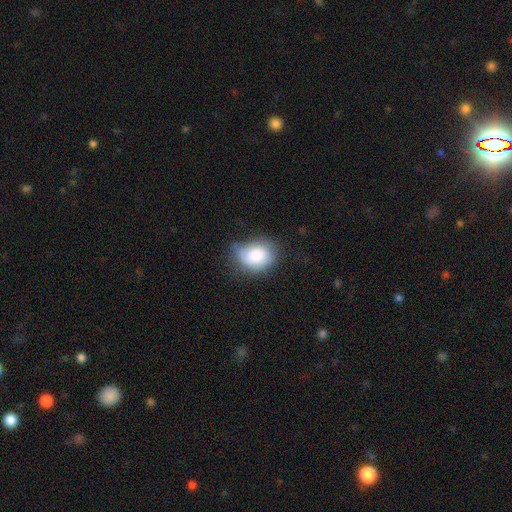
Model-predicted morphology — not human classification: Smooth or featured? Predicted: smooth (p=0.76). How rounded? Predicted: in between (p=0.64). Merging? Predicted: none (p=0.54).